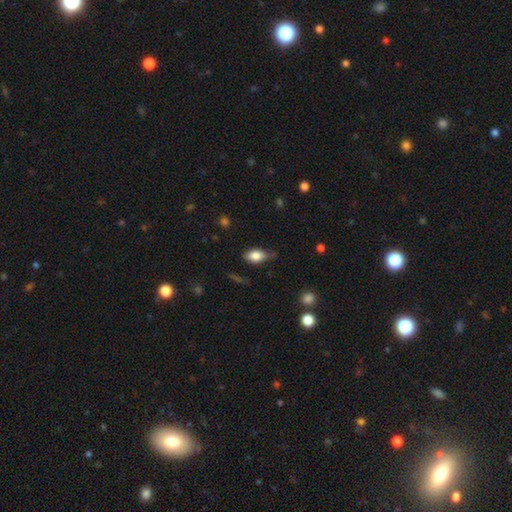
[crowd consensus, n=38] This is likely a smooth galaxy (74%). How rounded: clearly in between (89%). Merging: possibly none (59%).